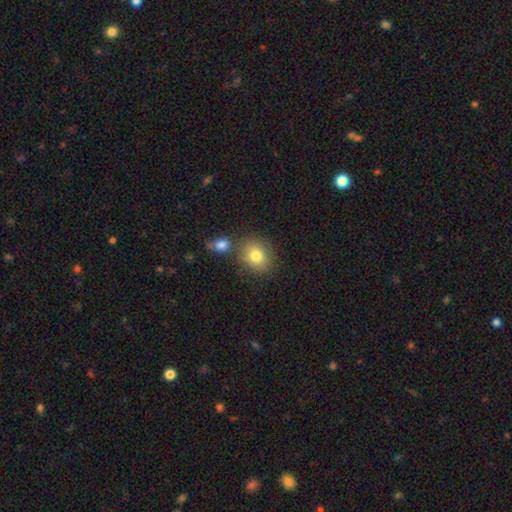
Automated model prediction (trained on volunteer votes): smooth_or_featured: smooth (p=0.80) [alt: star or artifact p=0.10]
how_rounded: round (p=0.64) [alt: in between p=0.35]
merging: none (p=0.71) [alt: merger p=0.15]